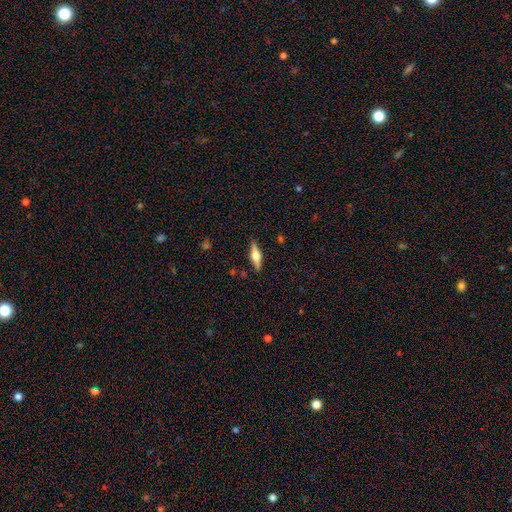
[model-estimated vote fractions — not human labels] Smooth or featured? Predicted: featured or disk (p=0.64). Edge-on disk? Predicted: yes (p=0.96). Edge-on bulge? Predicted: rounded (p=0.93). Merging? Predicted: none (p=0.89).